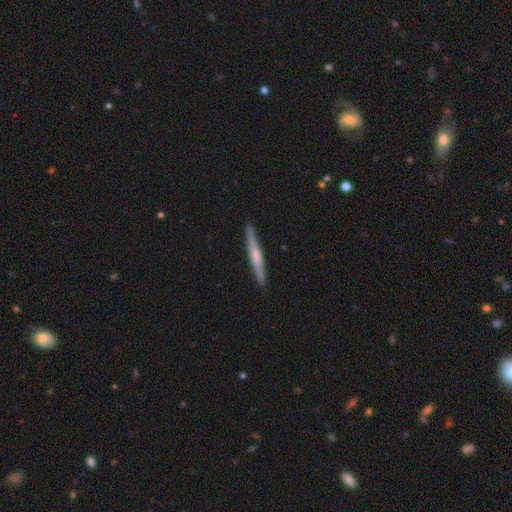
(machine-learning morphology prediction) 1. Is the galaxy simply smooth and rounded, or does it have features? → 51% featured or disk, 44% smooth, 5% star or artifact.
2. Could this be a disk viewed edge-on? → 96% yes, 4% no.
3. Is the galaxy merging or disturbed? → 91% none, 7% minor disturbance, 1% major disturbance, 1% merger.